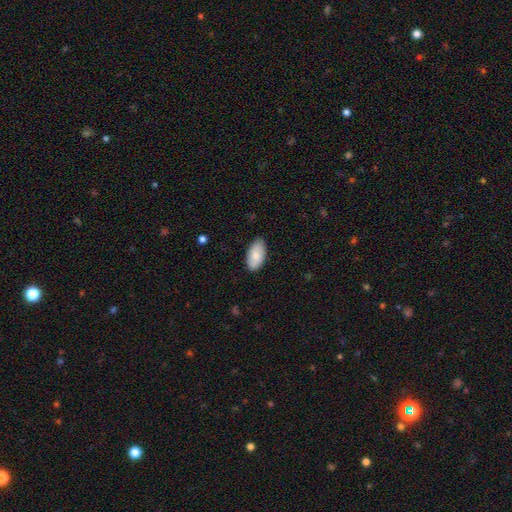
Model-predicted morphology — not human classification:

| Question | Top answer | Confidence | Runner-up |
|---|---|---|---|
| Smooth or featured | smooth | 83% | featured or disk (11%) |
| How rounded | in between | 95% | round (2%) |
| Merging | none | 83% | minor disturbance (13%) |